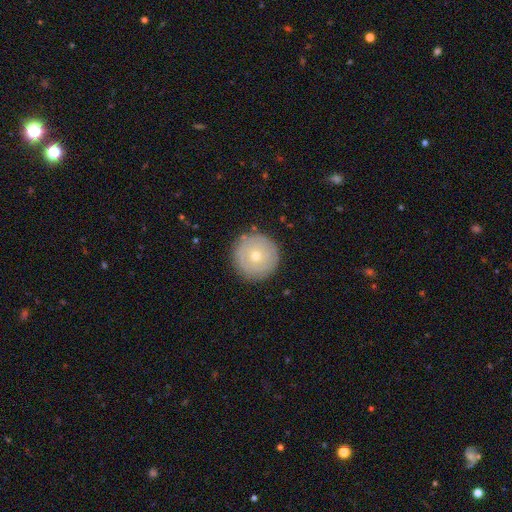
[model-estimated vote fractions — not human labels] Smooth or featured: smooth — 54% (featured or disk — 37%)
How rounded: round — 96% (in between — 3%)
Merging: none — 89% (minor disturbance — 7%)